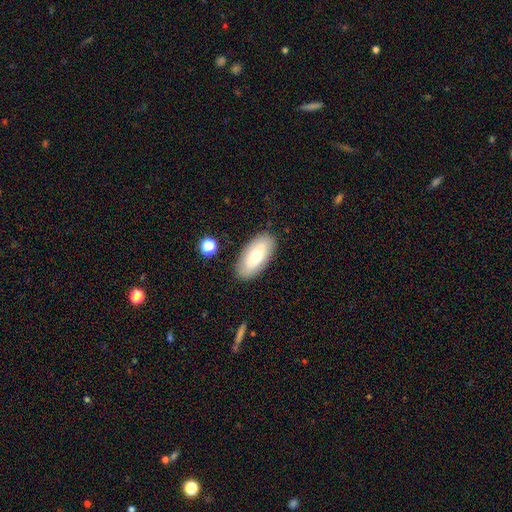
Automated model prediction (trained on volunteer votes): This is likely a smooth galaxy (66%). How rounded: clearly in between (92%). Merging: clearly none (86%).